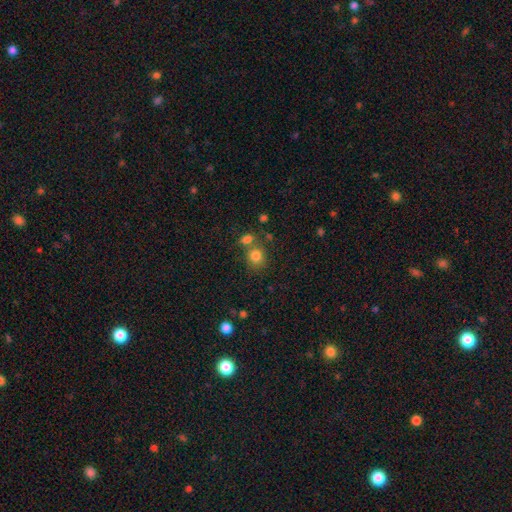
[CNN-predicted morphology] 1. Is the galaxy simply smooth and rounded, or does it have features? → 81% smooth, 12% star or artifact, 7% featured or disk.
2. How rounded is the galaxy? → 75% round, 24% in between, 1% cigar-shaped.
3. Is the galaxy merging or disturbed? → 60% none, 25% merger, 11% minor disturbance, 4% major disturbance.